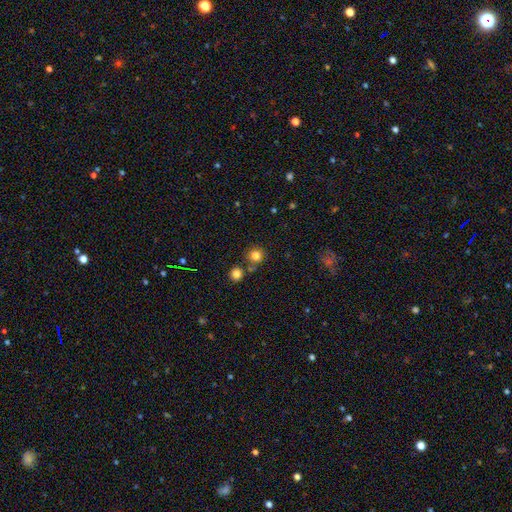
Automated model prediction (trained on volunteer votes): Q: Smooth or featured?
A: smooth (81%); runner-up: star or artifact (13%)
Q: How rounded?
A: round (91%); runner-up: in between (8%)
Q: Merging?
A: none (74%); runner-up: merger (14%)